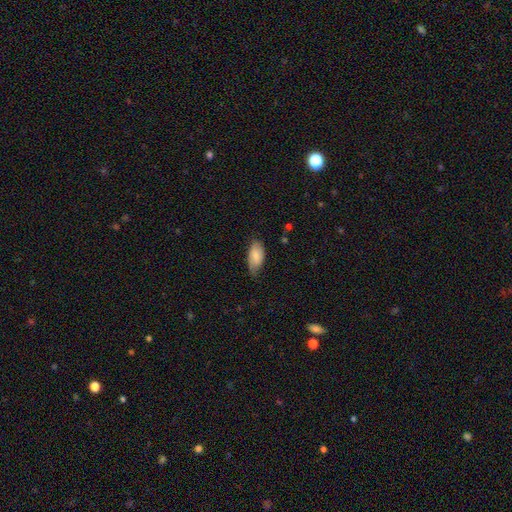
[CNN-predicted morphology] Smooth or featured?
  - smooth: 77% *
  - featured or disk: 17%
  - star or artifact: 6%
How rounded?
  - in between: 92% *
  - cigar-shaped: 5%
  - round: 2%
Merging?
  - none: 59% *
  - minor disturbance: 33%
  - major disturbance: 7%
  - merger: 1%